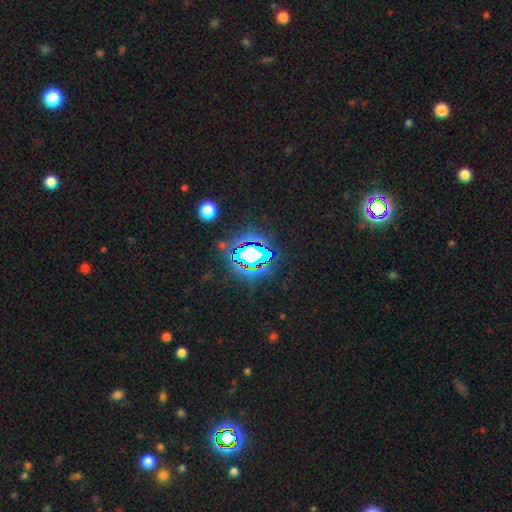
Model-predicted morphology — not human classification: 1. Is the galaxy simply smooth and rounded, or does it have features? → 74% star or artifact, 14% smooth, 12% featured or disk.